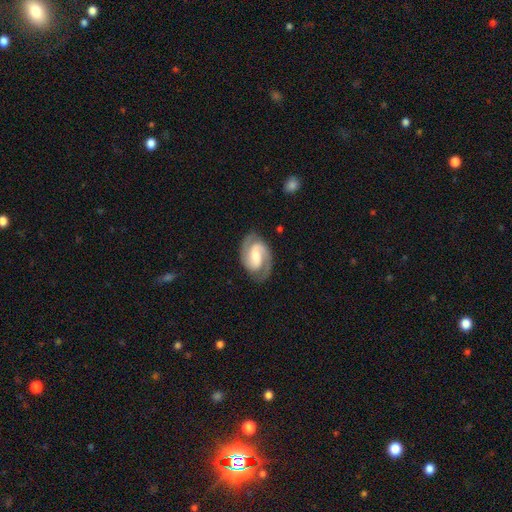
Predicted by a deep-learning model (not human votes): Smooth or featured?
  - featured or disk: 86% *
  - smooth: 9%
  - star or artifact: 5%
Edge-on disk?
  - no: 98% *
  - yes: 2%
Bar?
  - weak: 47% *
  - strong: 29%
  - no: 24%
Spiral arms?
  - yes: 97% *
  - no: 3%
Spiral winding?
  - medium: 50% *
  - tight: 39%
  - loose: 11%
Spiral arm count?
  - 2: 91% *
  - can't tell: 3%
  - 1: 3%
  - 3: 1%
  - 4: 1%
  - more than 4: 1%
Bulge size?
  - moderate: 46% *
  - small: 29%
  - large: 15%
  - none: 8%
  - dominant: 2%
Merging?
  - none: 81% *
  - minor disturbance: 13%
  - major disturbance: 5%
  - merger: 1%